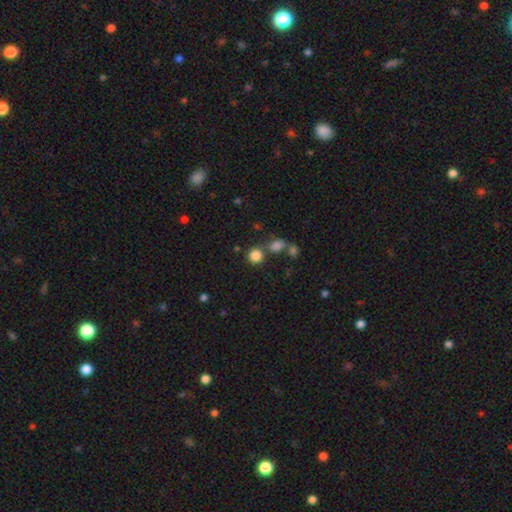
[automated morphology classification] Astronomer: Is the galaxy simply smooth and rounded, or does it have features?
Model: smooth — 83%.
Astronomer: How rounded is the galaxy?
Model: round — 88%.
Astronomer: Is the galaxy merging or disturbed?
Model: none — 66%.